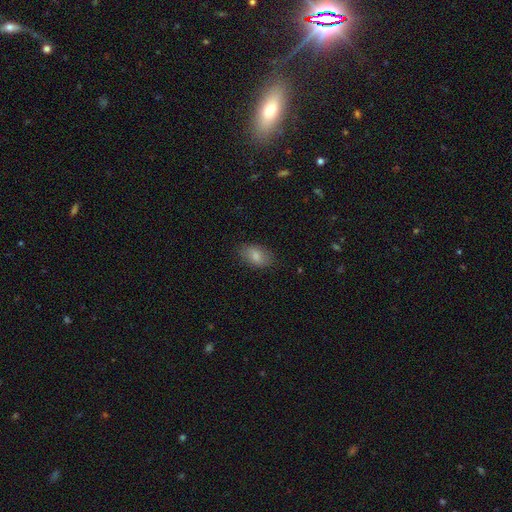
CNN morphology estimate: Smooth or featured? smooth (83%)
How rounded? in between (91%)
Merging? none (81%)